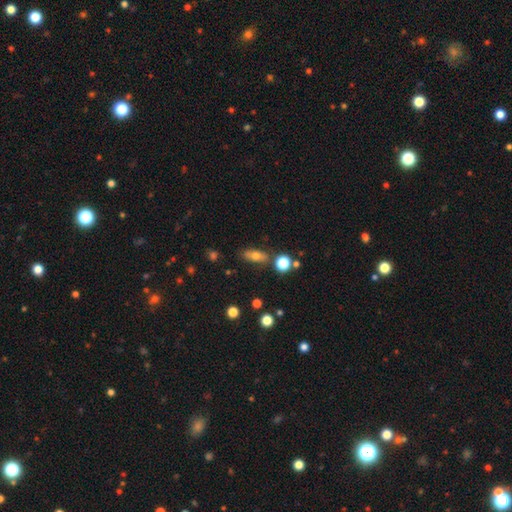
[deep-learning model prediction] The model was most divided on "smooth or featured": smooth: 69%, featured or disk: 20%, star or artifact: 11%. More confident: merging — none (76%); how rounded — in between (74%).